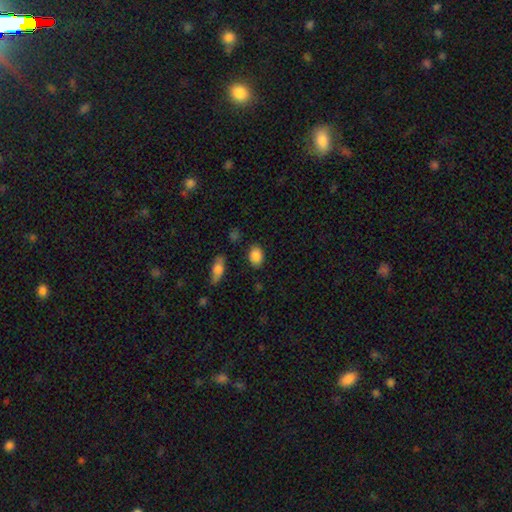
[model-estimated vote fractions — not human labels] Smooth or featured: smooth — 87% (star or artifact — 8%)
How rounded: in between — 82% (round — 17%)
Merging: none — 84% (minor disturbance — 10%)